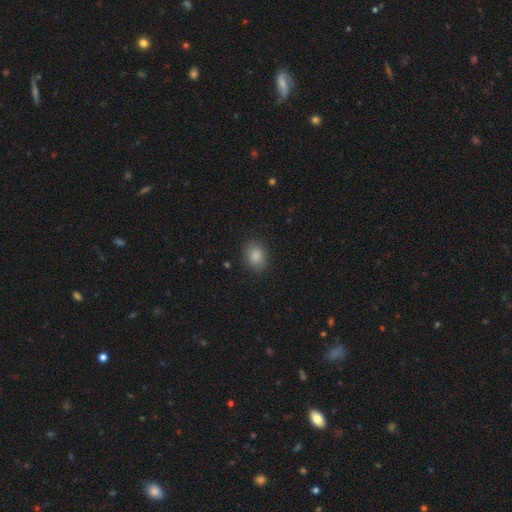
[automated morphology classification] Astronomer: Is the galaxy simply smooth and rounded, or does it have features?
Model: smooth — 87%.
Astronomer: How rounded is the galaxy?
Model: in between — 64%.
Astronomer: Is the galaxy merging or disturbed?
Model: none — 85%.